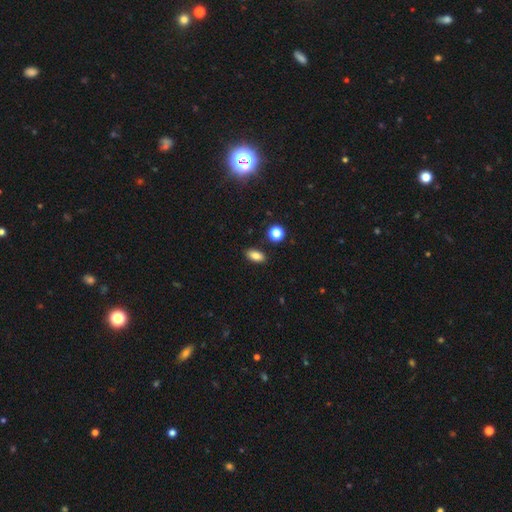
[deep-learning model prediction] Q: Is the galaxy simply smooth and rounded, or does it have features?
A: smooth — 83%.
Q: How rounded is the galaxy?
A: in between — 86%.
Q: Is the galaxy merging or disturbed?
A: none — 86%.